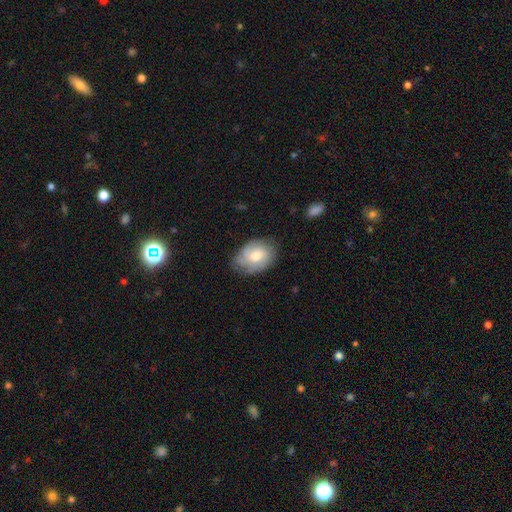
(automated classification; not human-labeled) Q: Smooth or featured?
A: smooth (48%); runner-up: featured or disk (46%)
Q: Merging?
A: none (68%); runner-up: minor disturbance (24%)